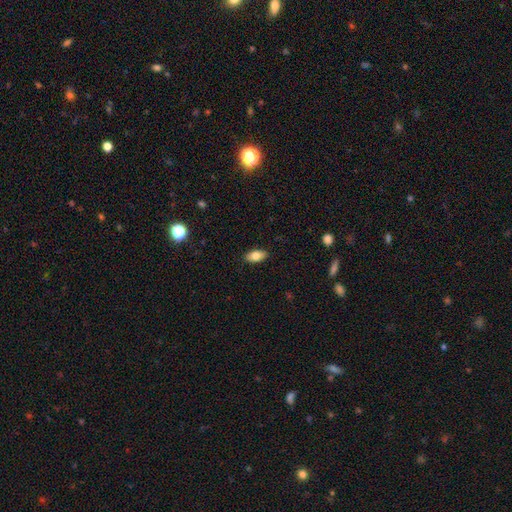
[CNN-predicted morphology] A smooth galaxy with no disk features (79%) that is in between round and cigar-shaped (90%).

Vote fractions:
- Smooth or featured? smooth: 79% / featured or disk: 13% / star or artifact: 8%
- How rounded? in between: 90% / cigar-shaped: 6% / round: 3%
- Merging? none: 89% / minor disturbance: 8% / major disturbance: 2% / merger: 1%